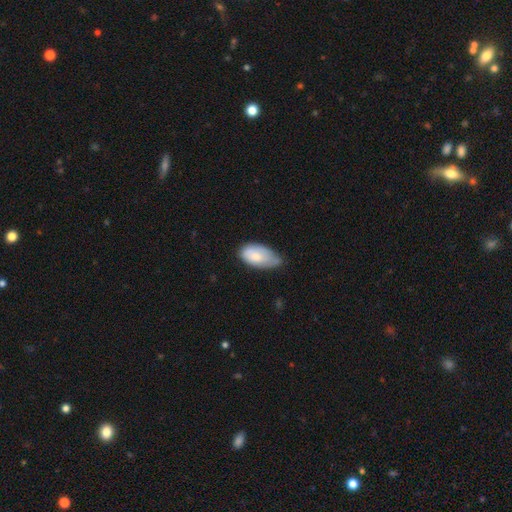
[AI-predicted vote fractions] Smooth or featured?
  - smooth: 74% *
  - featured or disk: 20%
  - star or artifact: 6%
How rounded?
  - in between: 94% *
  - cigar-shaped: 3%
  - round: 3%
Merging?
  - minor disturbance: 47% *
  - none: 39%
  - major disturbance: 11%
  - merger: 2%